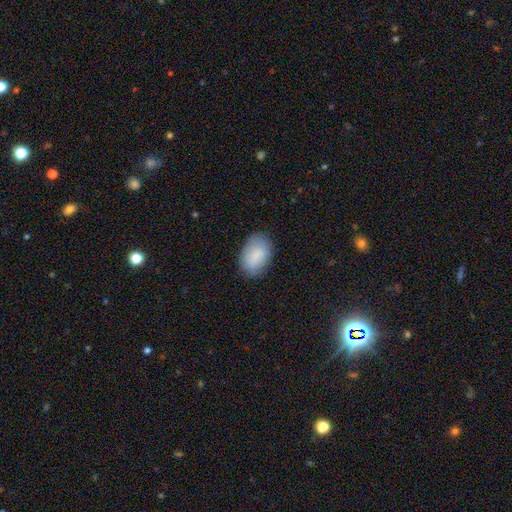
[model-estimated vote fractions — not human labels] Smooth or featured? smooth (83%)
How rounded? in between (88%)
Merging? none (78%)